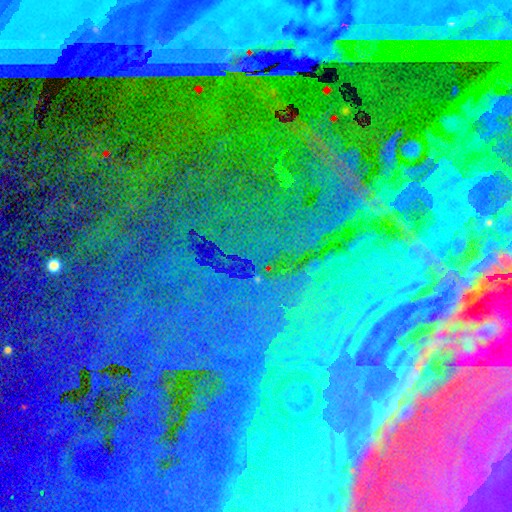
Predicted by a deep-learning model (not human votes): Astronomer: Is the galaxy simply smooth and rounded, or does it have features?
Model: star or artifact — 86%.